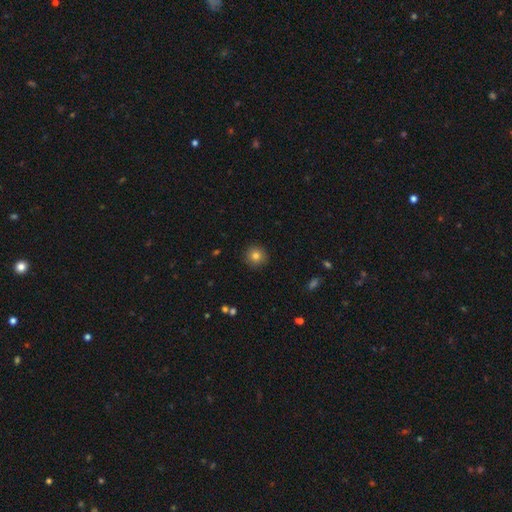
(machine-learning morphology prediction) Smooth or featured? Predicted: smooth (p=0.81). How rounded? Predicted: round (p=0.94). Merging? Predicted: none (p=0.92).